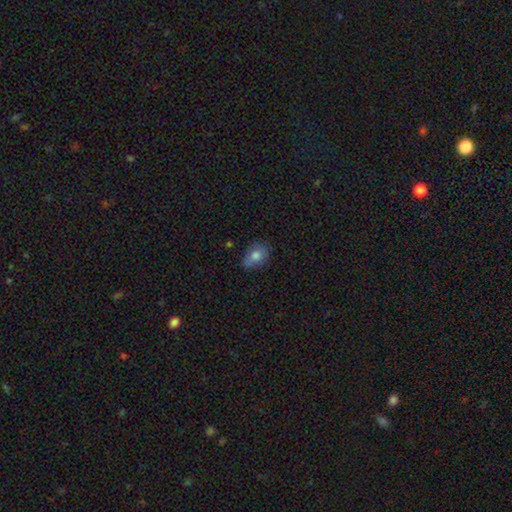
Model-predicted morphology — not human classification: Q: Smooth or featured?
A: smooth (78%); runner-up: featured or disk (13%)
Q: How rounded?
A: in between (79%); runner-up: round (19%)
Q: Merging?
A: none (64%); runner-up: minor disturbance (28%)